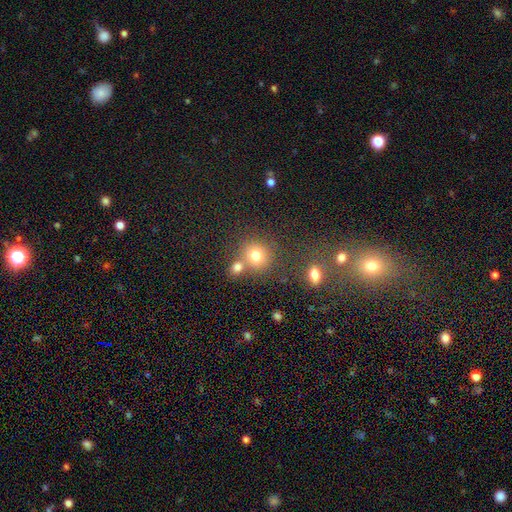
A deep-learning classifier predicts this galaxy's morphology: type=smooth (77%); roundness=round (86%); merging=none (58%).